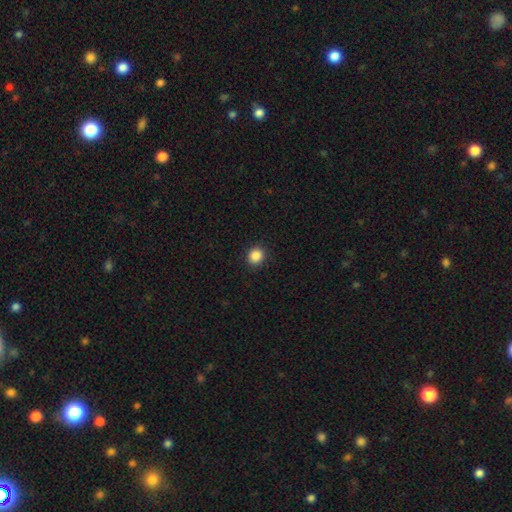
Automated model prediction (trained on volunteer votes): Smooth or featured? smooth (87%)
How rounded? round (81%)
Merging? none (91%)